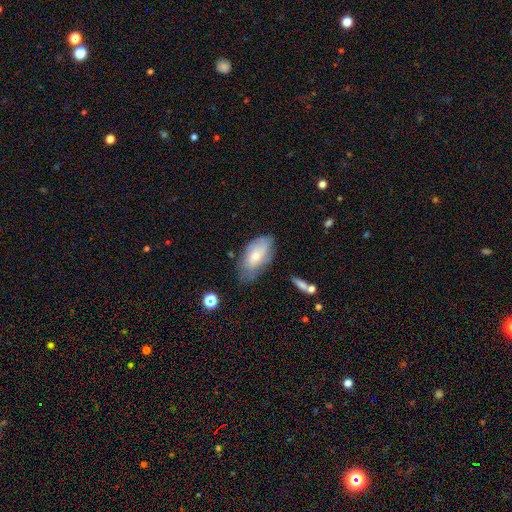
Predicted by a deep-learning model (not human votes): This is possibly a smooth galaxy (56%). How rounded: clearly in between (91%). Merging: possibly none (59%).